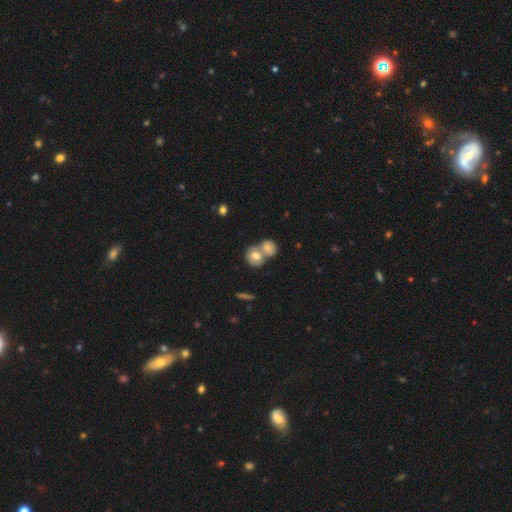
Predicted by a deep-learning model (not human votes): This appears to be a smooth galaxy with no disk features (68%) that is round (67%). Merging: merger (62%).